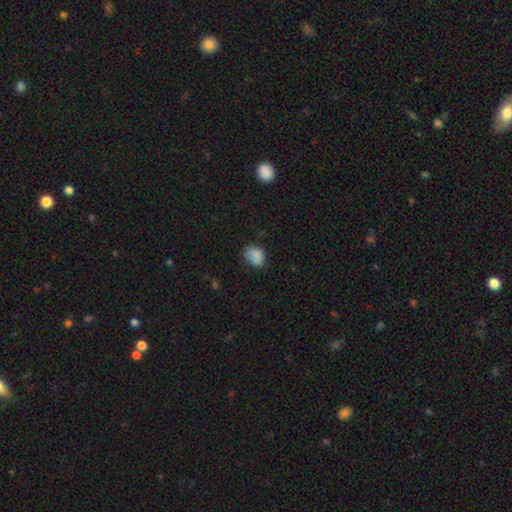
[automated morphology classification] Smooth or featured?
  - smooth: 82% *
  - star or artifact: 10%
  - featured or disk: 8%
How rounded?
  - in between: 58% *
  - round: 41%
  - cigar-shaped: 1%
Merging?
  - none: 58% *
  - minor disturbance: 30%
  - major disturbance: 9%
  - merger: 3%